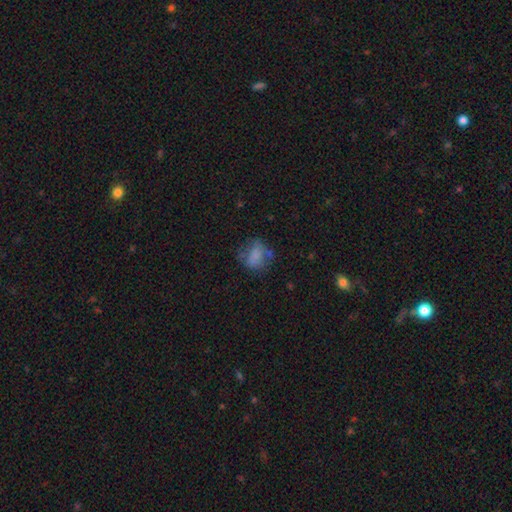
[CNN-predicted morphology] This is likely a smooth galaxy (67%). How rounded: possibly in between (55%). Merging: possibly none (48%).